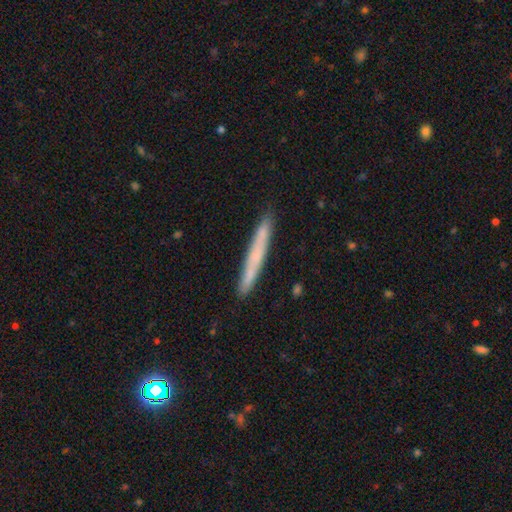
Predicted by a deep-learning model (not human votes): This appears to be a smooth galaxy with no disk features (58%) that is cigar-shaped (97%). Merging: none (89%).